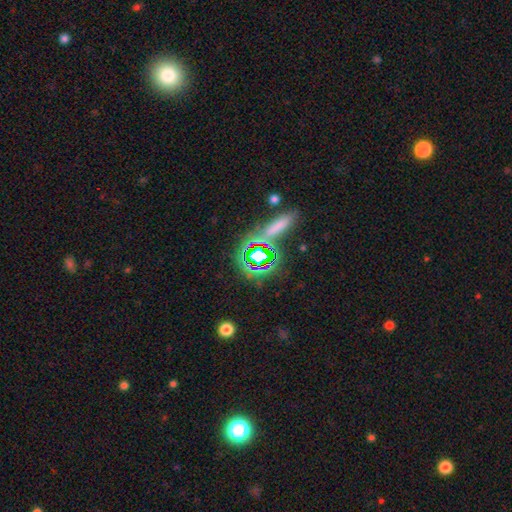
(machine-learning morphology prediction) type=star or artifact (62%).